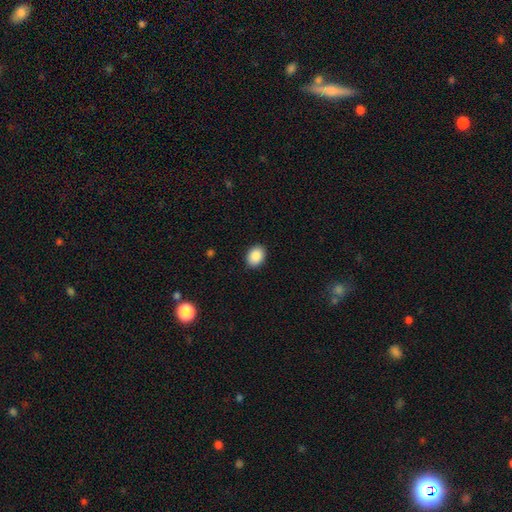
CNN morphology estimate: Smooth or featured? smooth (89%)
How rounded? in between (66%)
Merging? none (90%)